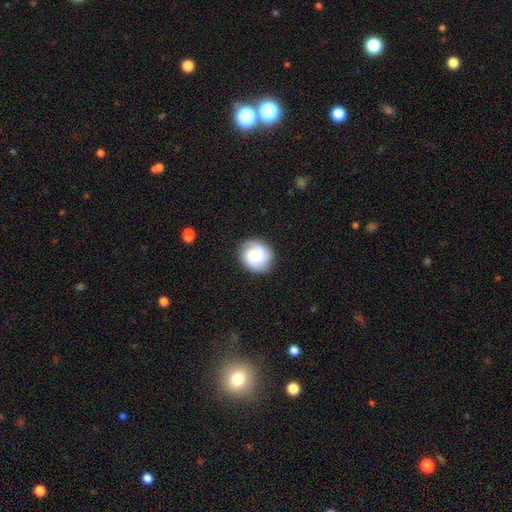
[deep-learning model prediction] smooth_or_featured: smooth (p=0.51) [alt: featured or disk p=0.42]
how_rounded: round (p=0.83) [alt: in between p=0.16]
merging: none (p=0.85) [alt: minor disturbance p=0.10]